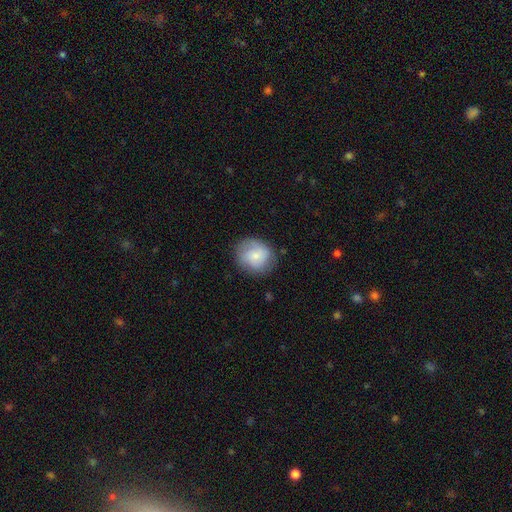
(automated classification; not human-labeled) smooth_or_featured: smooth (p=0.71) [alt: featured or disk p=0.22]
how_rounded: round (p=0.77) [alt: in between p=0.23]
merging: none (p=0.76) [alt: minor disturbance p=0.18]